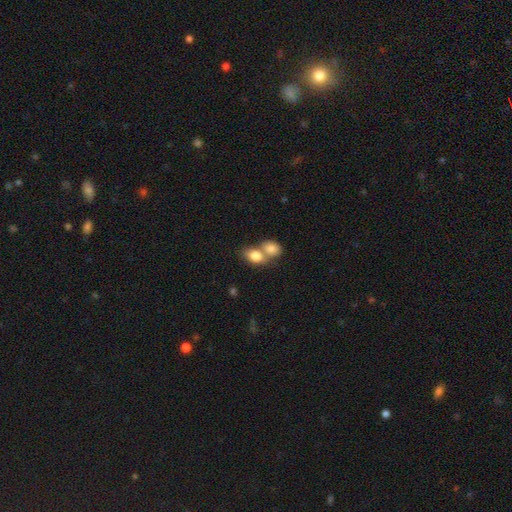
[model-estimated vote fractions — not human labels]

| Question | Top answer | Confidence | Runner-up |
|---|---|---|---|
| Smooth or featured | smooth | 81% | featured or disk (11%) |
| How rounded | in between | 73% | round (25%) |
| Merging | merger | 66% | none (25%) |